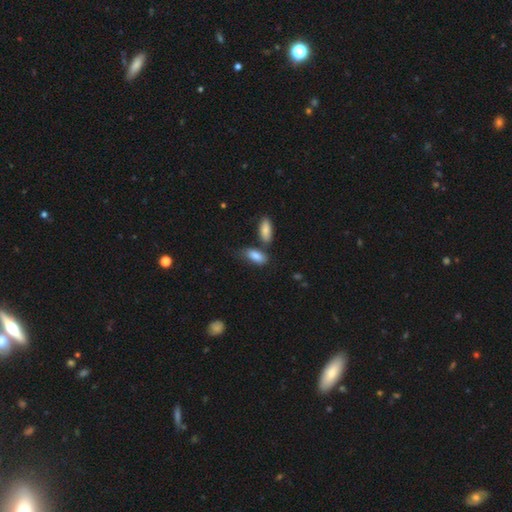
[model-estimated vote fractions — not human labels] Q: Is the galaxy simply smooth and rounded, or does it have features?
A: smooth — 85%.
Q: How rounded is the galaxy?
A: in between — 85%.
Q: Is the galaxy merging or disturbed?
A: none — 52%.